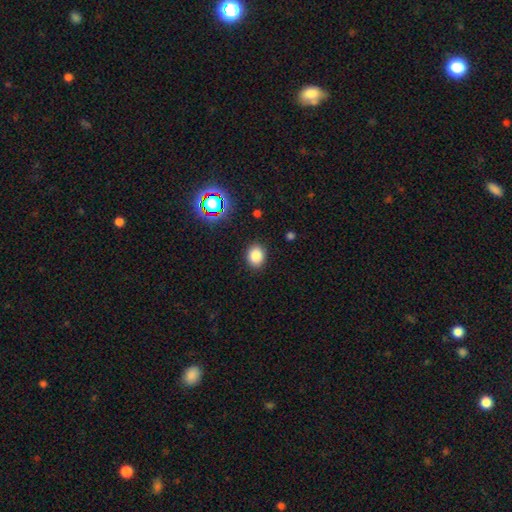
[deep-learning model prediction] The model was most divided on "how rounded": round: 60%, in between: 39%, cigar-shaped: 1%. More confident: merging — none (88%); smooth or featured — smooth (83%).